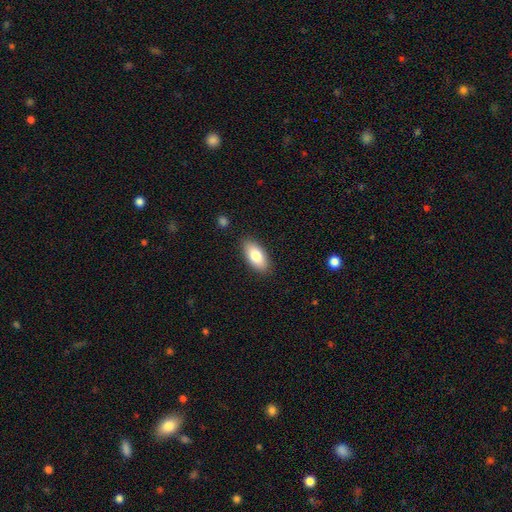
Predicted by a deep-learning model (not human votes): The model was most divided on "smooth or featured": smooth: 80%, featured or disk: 13%, star or artifact: 7%. More confident: how rounded — in between (91%); merging — none (87%).